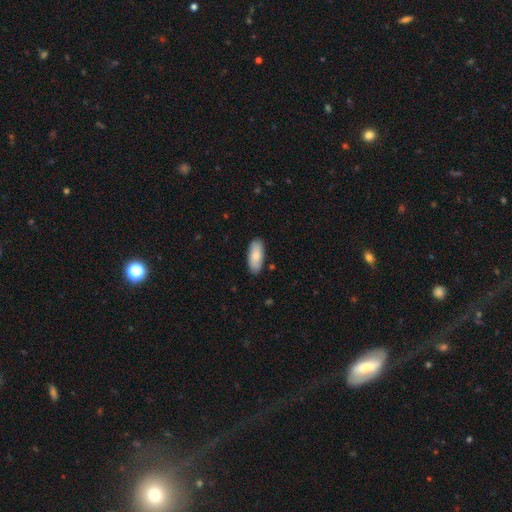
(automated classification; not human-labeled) smooth-or-featured: smooth: 82% | featured or disk: 13% | star or artifact: 5%
  how-rounded: in between: 84% | cigar-shaped: 14% | round: 2%
  merging: none: 86% | minor disturbance: 11% | major disturbance: 2% | merger: 1%